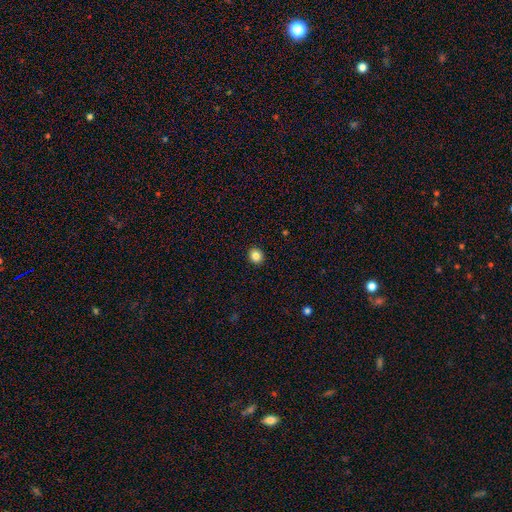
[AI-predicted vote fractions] Overall: smooth (84%). How rounded: round (85%). Merging: none (93%).